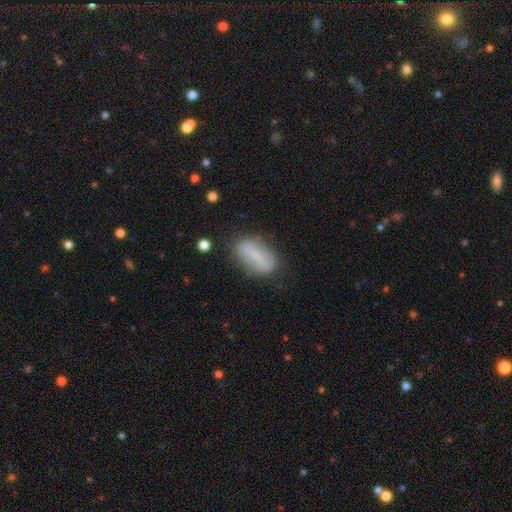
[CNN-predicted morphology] smooth_or_featured: smooth (p=0.65) [alt: featured or disk p=0.27]
how_rounded: in between (p=0.86) [alt: cigar-shaped p=0.09]
merging: none (p=0.78) [alt: minor disturbance p=0.15]